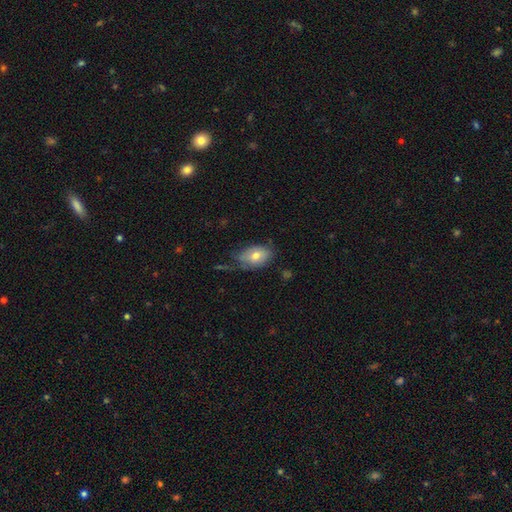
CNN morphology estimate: Smooth or featured?
  - smooth: 71% *
  - featured or disk: 21%
  - star or artifact: 8%
How rounded?
  - in between: 84% *
  - round: 14%
  - cigar-shaped: 1%
Merging?
  - none: 48% *
  - minor disturbance: 31%
  - major disturbance: 17%
  - merger: 4%